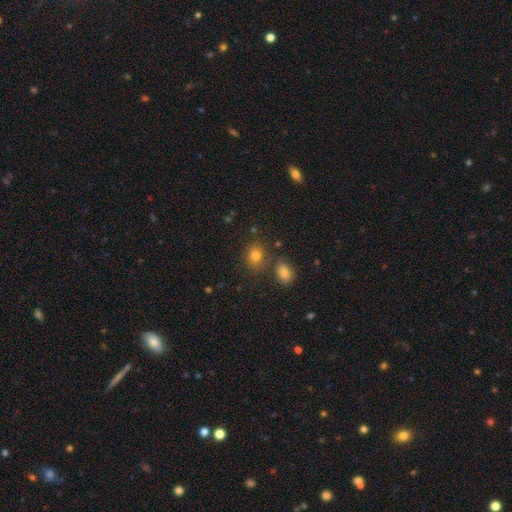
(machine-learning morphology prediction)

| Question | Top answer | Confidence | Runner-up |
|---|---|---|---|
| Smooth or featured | smooth | 79% | star or artifact (14%) |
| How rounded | round | 55% | in between (44%) |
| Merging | none | 69% | merger (14%) |